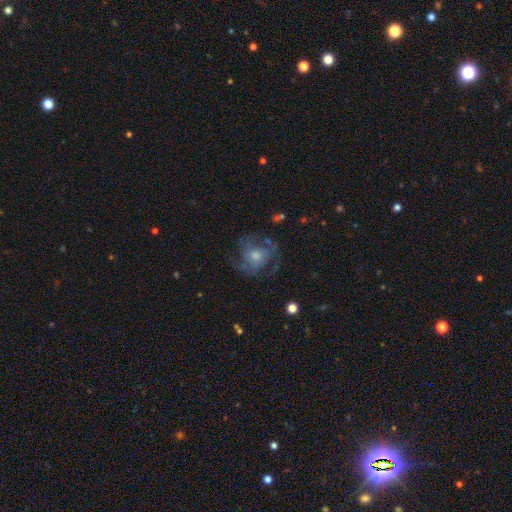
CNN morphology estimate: Smooth or featured: featured or disk — 64% (smooth — 24%)
Edge-on disk: no — 97% (yes — 3%)
Bar: no — 79% (weak — 18%)
Spiral arms: yes — 80% (no — 20%)
Bulge size: moderate — 54% (small — 29%)
Merging: none — 66% (minor disturbance — 17%)